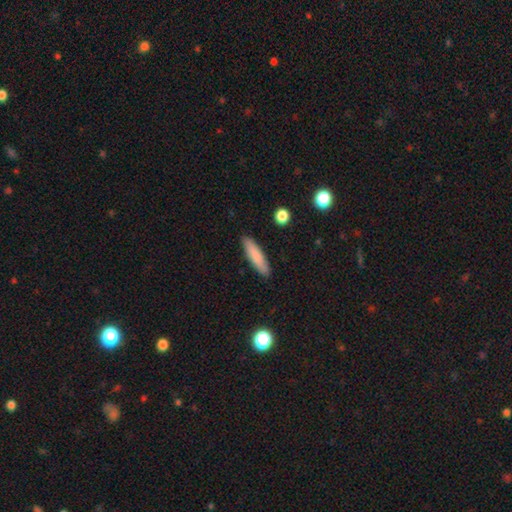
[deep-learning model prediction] Smooth or featured? Predicted: smooth (p=0.81). How rounded? Predicted: cigar-shaped (p=0.78). Merging? Predicted: none (p=0.89).